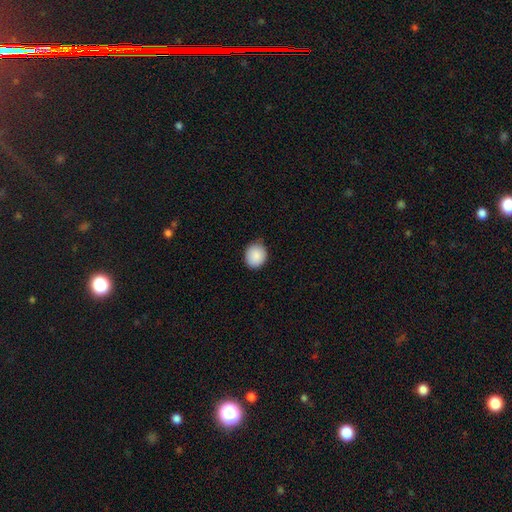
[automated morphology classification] type=smooth (89%); roundness=round (70%); merging=none (81%).